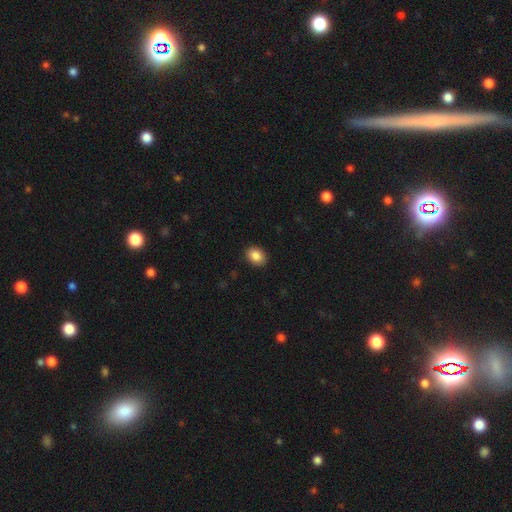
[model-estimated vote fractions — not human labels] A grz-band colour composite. It shows a smooth galaxy with no disk features (87%) that is in between round and cigar-shaped (63%). Merging: none (90%).